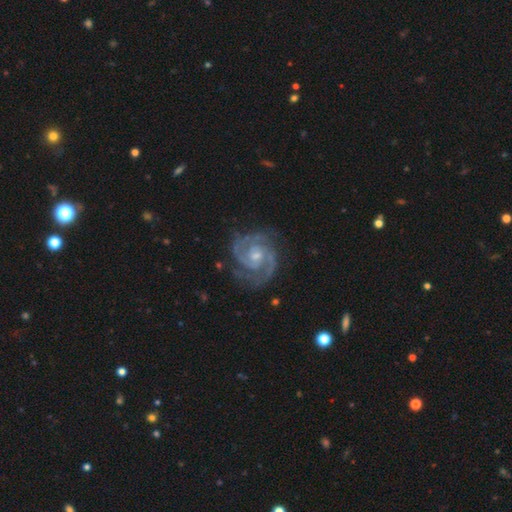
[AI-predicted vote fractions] featured or disk 93%, star or artifact 4%, smooth 3%. Down the decision tree: edge-on disk — no (98%); bar — no (58%); spiral arms — yes (99%); spiral arm count — 2 (72%); spiral winding — tight (56%); bulge size — small (51%); merging — none (78%).